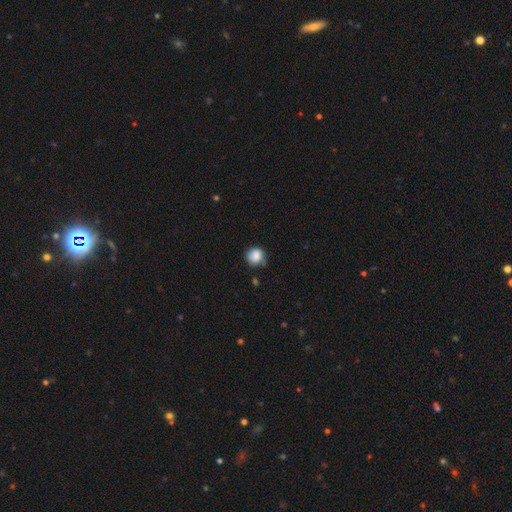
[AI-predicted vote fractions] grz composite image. It shows a smooth galaxy with no disk features (86%) that is round (90%). Merging: none (71%).